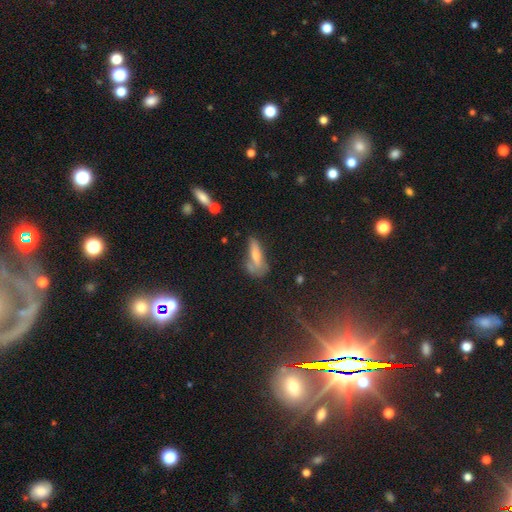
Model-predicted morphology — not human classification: Smooth or featured: smooth — 62% (featured or disk — 26%)
How rounded: in between — 54% (cigar-shaped — 43%)
Merging: none — 39% (minor disturbance — 28%)